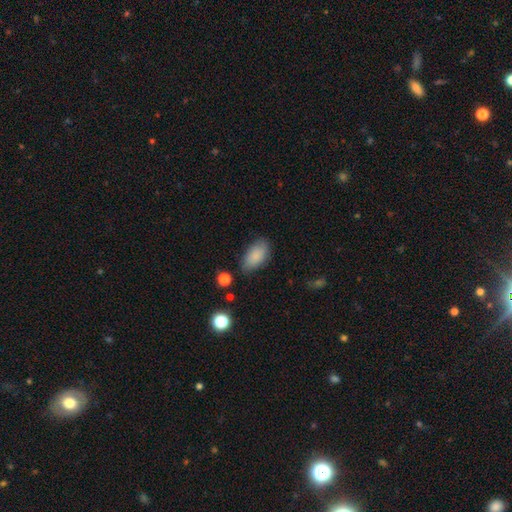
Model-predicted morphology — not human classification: A smooth galaxy with no disk features (86%) that is in between round and cigar-shaped (93%). Merging: none (78%).